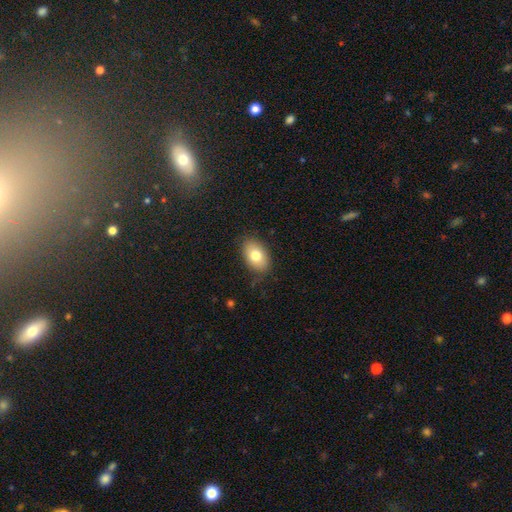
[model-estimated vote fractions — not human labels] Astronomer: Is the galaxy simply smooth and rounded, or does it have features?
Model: smooth — 76%.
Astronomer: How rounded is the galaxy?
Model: in between — 86%.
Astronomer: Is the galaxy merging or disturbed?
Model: none — 81%.